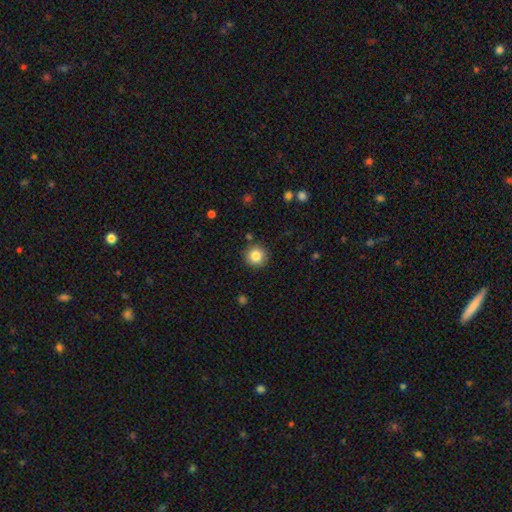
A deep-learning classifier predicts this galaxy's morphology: type=smooth (84%); roundness=round (95%); merging=none (90%).